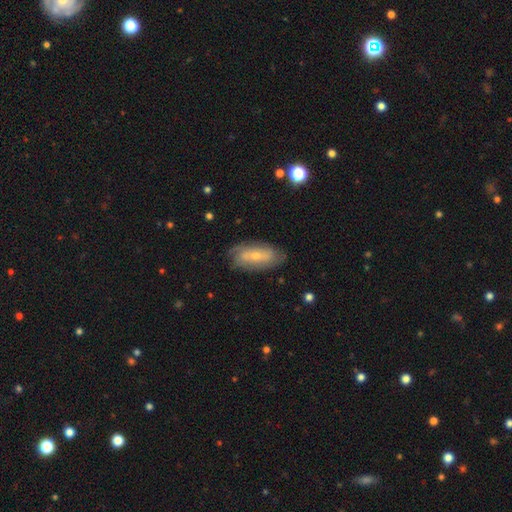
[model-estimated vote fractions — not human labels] smooth-or-featured: featured or disk: 59% | smooth: 34% | star or artifact: 7%
  disk-edge-on: no: 86% | yes: 14%
    bar: no: 50% | weak: 34% | strong: 16%
    has-spiral-arms: yes: 76% | no: 24%
    bulge-size: small: 64% | moderate: 31% | none: 2% | large: 2% | dominant: 1%
  merging: none: 76% | minor disturbance: 18% | major disturbance: 5% | merger: 2%